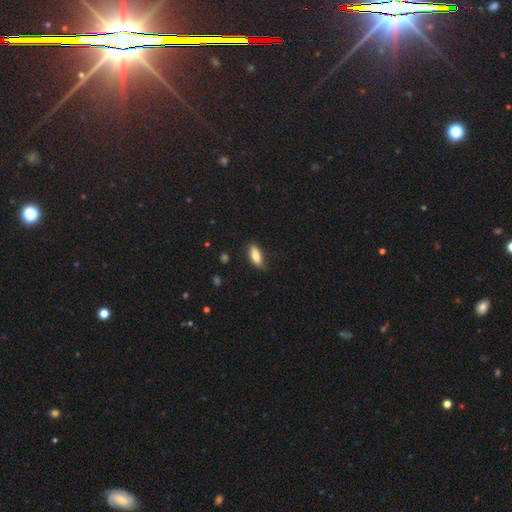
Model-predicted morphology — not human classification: Smooth or featured?
  - smooth: 81% *
  - featured or disk: 12%
  - star or artifact: 7%
How rounded?
  - in between: 76% *
  - cigar-shaped: 21%
  - round: 2%
Merging?
  - none: 76% *
  - minor disturbance: 20%
  - major disturbance: 4%
  - merger: 1%